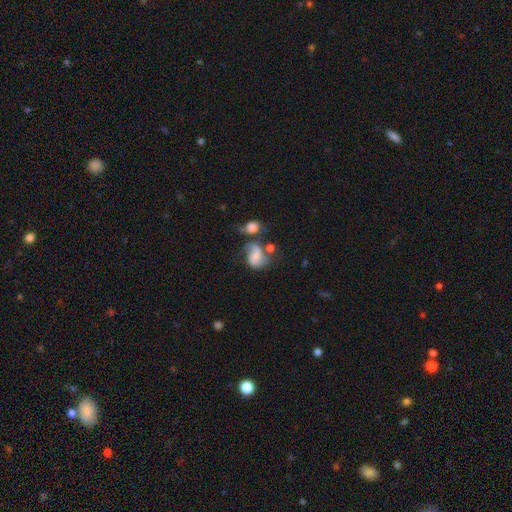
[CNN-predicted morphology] This is possibly a featured or disk galaxy (50%). Merging: marginally none (29%, tied with merger).